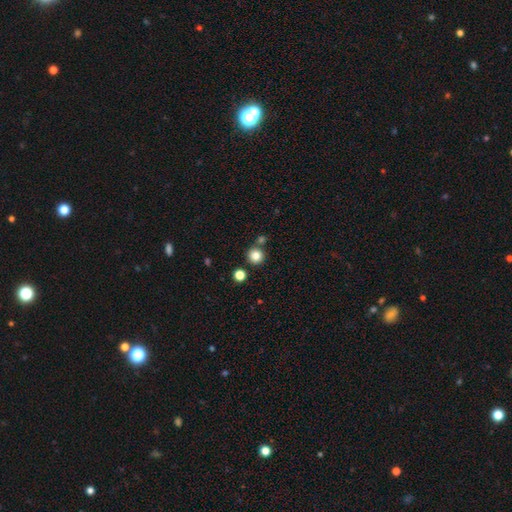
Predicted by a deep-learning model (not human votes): Smooth or featured? Predicted: smooth (p=0.82). How rounded? Predicted: round (p=0.94). Merging? Predicted: none (p=0.80).